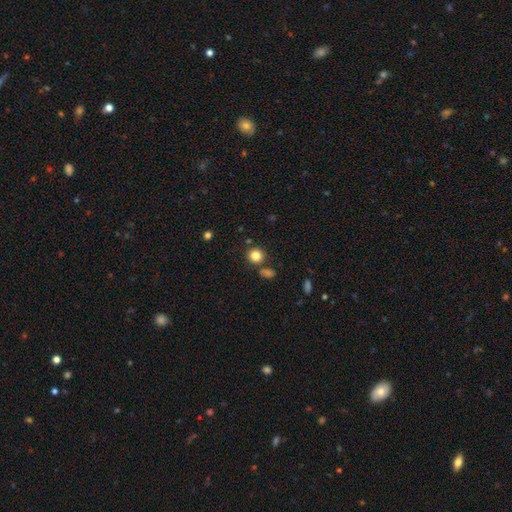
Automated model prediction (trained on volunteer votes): Smooth or featured? smooth (83%)
How rounded? round (89%)
Merging? none (80%)